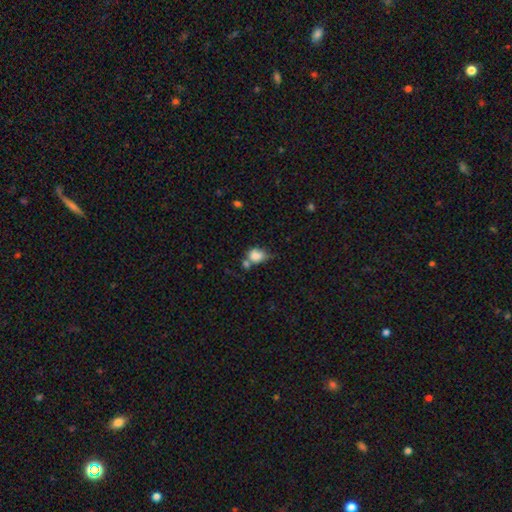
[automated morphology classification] A smooth galaxy with no disk features (80%) that is in between round and cigar-shaped (61%). Merging: merger (33%).